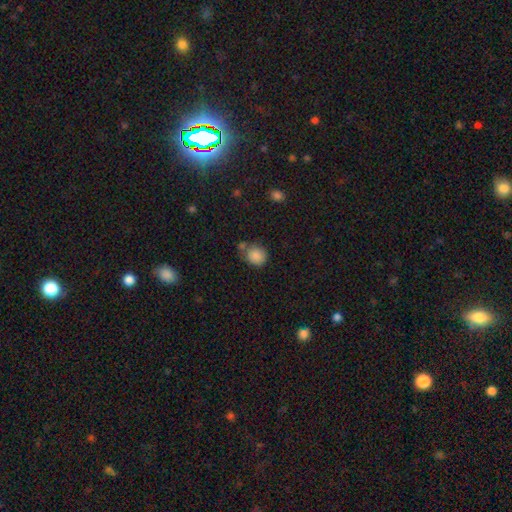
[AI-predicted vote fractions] Smooth or featured? smooth (86%)
How rounded? round (77%)
Merging? none (60%)